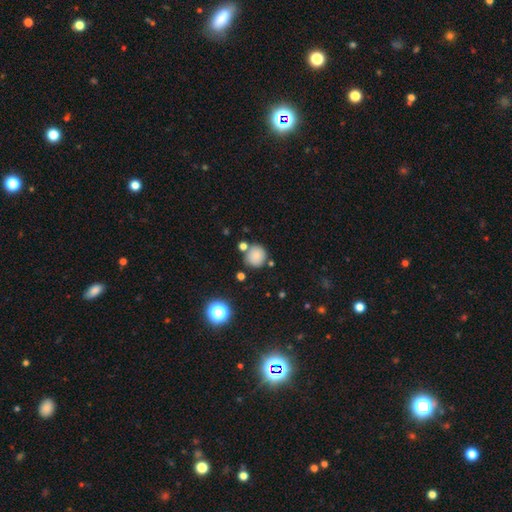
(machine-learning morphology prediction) Overall: smooth (80%). How rounded: round (90%). Merging: none (70%).